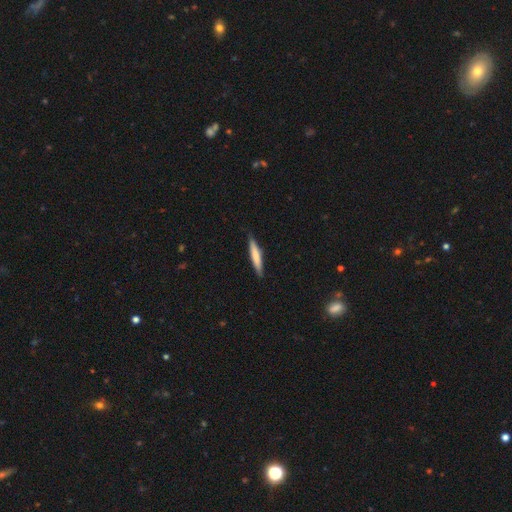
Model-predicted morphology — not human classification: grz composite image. It shows a smooth galaxy with no disk features (68%) that is cigar-shaped (92%). Merging: none (88%).